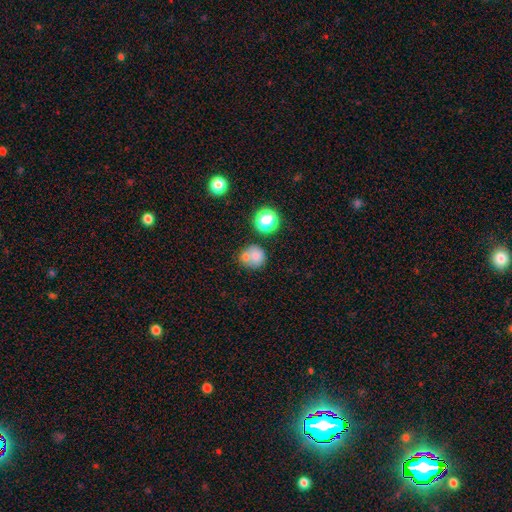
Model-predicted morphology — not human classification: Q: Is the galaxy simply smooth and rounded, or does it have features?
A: smooth — 72%.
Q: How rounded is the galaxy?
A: round — 84%.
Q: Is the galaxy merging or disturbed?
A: none — 44%.